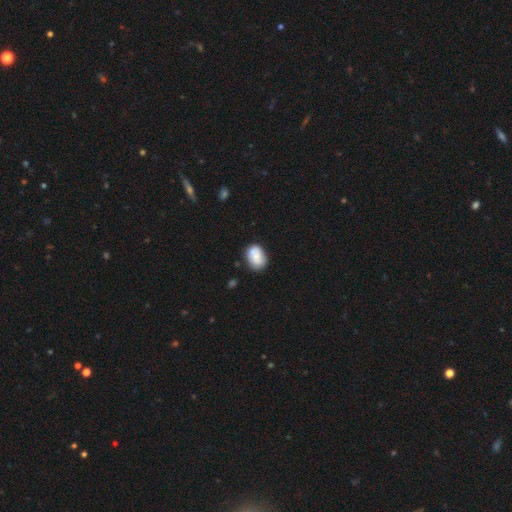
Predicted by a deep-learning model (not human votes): Morphology: type=smooth (73%); roundness=in between (75%); merging=none (62%).